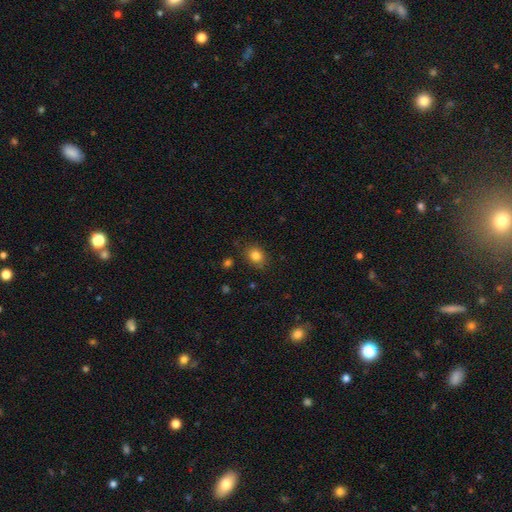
Morphology: type=smooth (85%); roundness=round (67%); merging=none (86%).